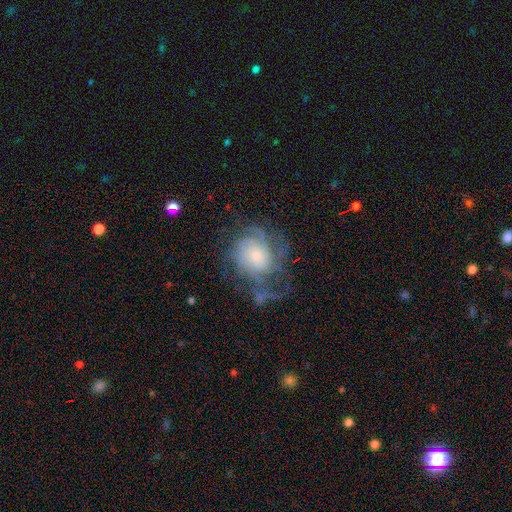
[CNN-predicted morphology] Q: Smooth or featured?
A: featured or disk (73%); runner-up: smooth (18%)
Q: Edge-on disk?
A: no (97%); runner-up: yes (3%)
Q: Bar?
A: no (74%); runner-up: weak (22%)
Q: Spiral arms?
A: yes (88%); runner-up: no (12%)
Q: Spiral winding?
A: tight (47%); runner-up: medium (36%)
Q: Spiral arm count?
A: can't tell (41%); runner-up: 3 (18%)
Q: Bulge size?
A: small (44%); runner-up: moderate (34%)
Q: Merging?
A: none (51%); runner-up: major disturbance (26%)